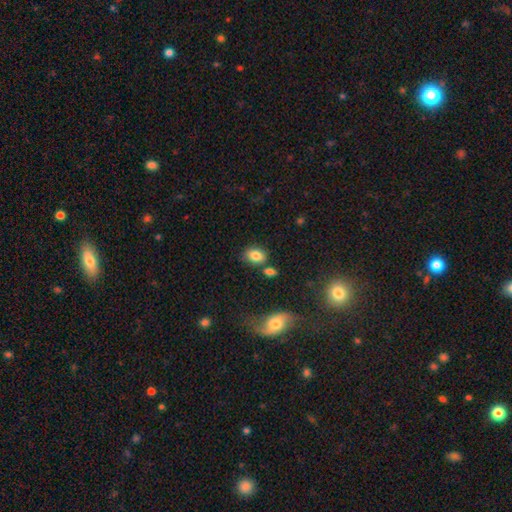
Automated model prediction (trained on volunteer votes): smooth 82%, star or artifact 9%, featured or disk 9%. Down the decision tree: how rounded — in between (73%); merging — none (71%).